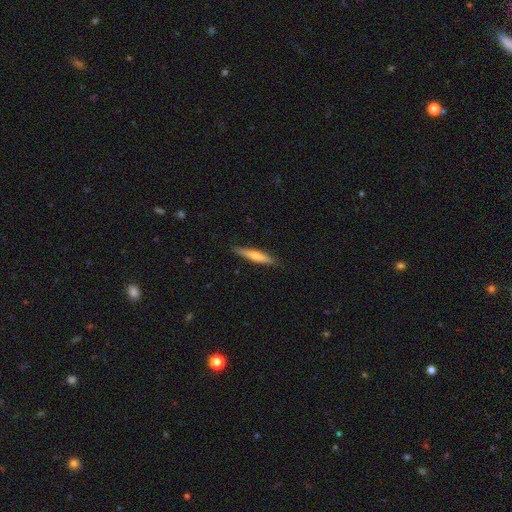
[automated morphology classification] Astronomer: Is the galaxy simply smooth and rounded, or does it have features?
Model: smooth — 55% (runner-up: featured or disk, 39%).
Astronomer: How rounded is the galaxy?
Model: cigar-shaped — 91%.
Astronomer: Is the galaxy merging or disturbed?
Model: none — 89%.